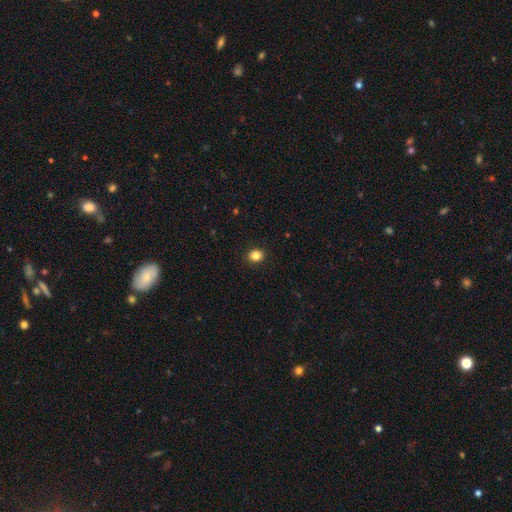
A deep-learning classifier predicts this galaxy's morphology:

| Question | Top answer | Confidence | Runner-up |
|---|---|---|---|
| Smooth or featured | smooth | 85% | star or artifact (11%) |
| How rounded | round | 71% | in between (28%) |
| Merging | none | 91% | minor disturbance (6%) |